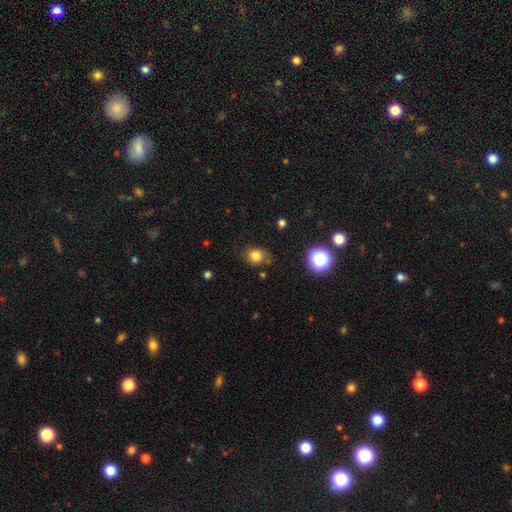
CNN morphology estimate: This is likely a smooth galaxy (79%). How rounded: likely round (70%). Merging: likely none (75%).